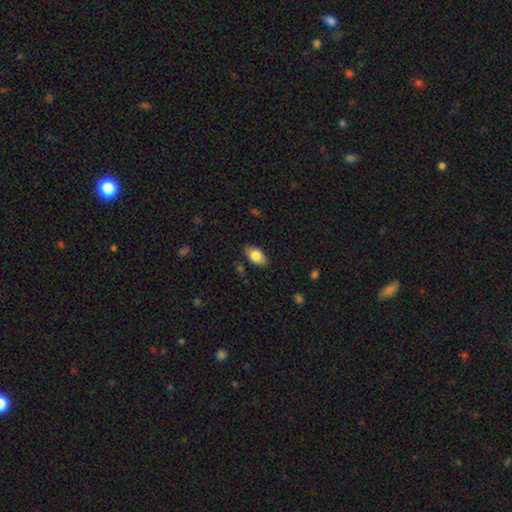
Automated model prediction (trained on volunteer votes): This appears to be a smooth galaxy with no disk features (81%) that is in between round and cigar-shaped (92%). Merging: none (84%).